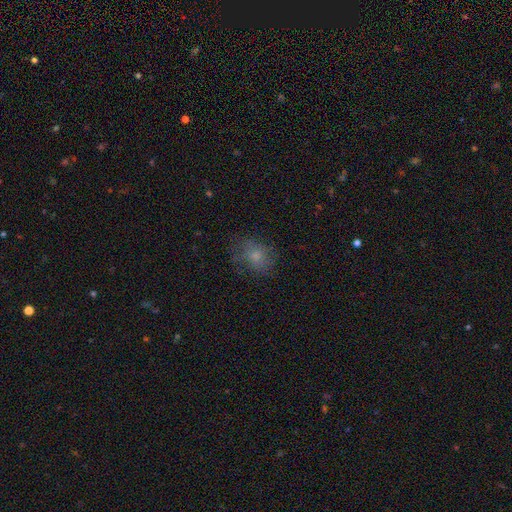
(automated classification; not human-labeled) Smooth or featured? Predicted: smooth (p=0.73). How rounded? Predicted: round (p=0.50). Merging? Predicted: none (p=0.67).